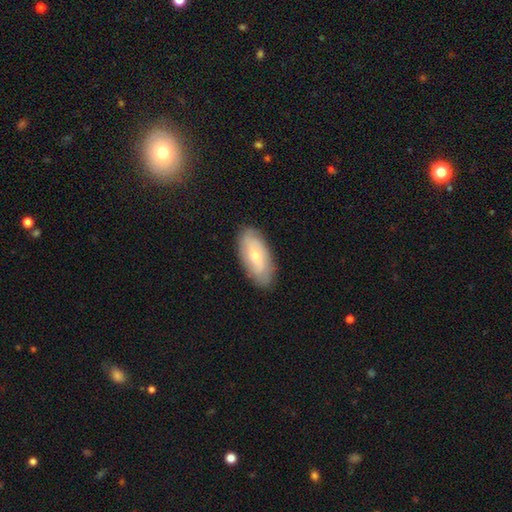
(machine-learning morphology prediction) smooth_or_featured: featured or disk (p=0.49) [alt: smooth p=0.45]
merging: none (p=0.84) [alt: minor disturbance p=0.12]